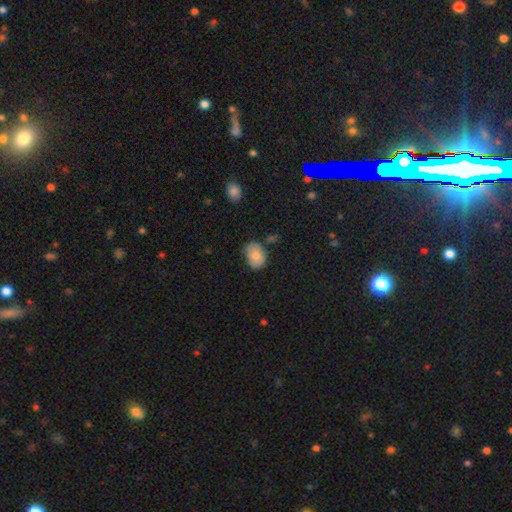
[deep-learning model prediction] Smooth or featured? smooth (84%)
How rounded? in between (78%)
Merging? none (65%)